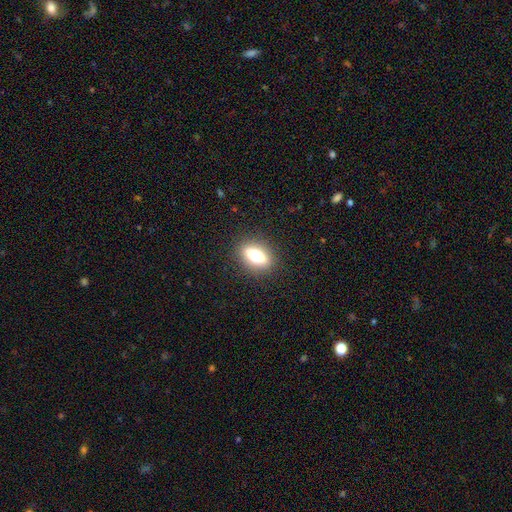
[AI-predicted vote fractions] Morphology: type=smooth (65%); roundness=in between (68%); merging=none (87%).